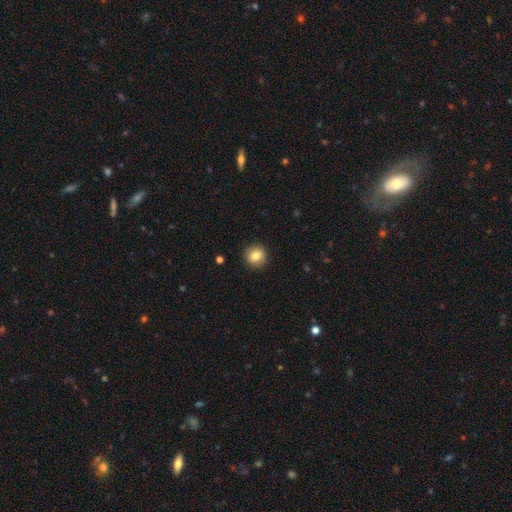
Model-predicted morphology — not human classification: Q: Smooth or featured?
A: smooth (83%); runner-up: star or artifact (9%)
Q: How rounded?
A: round (91%); runner-up: in between (9%)
Q: Merging?
A: none (91%); runner-up: minor disturbance (6%)